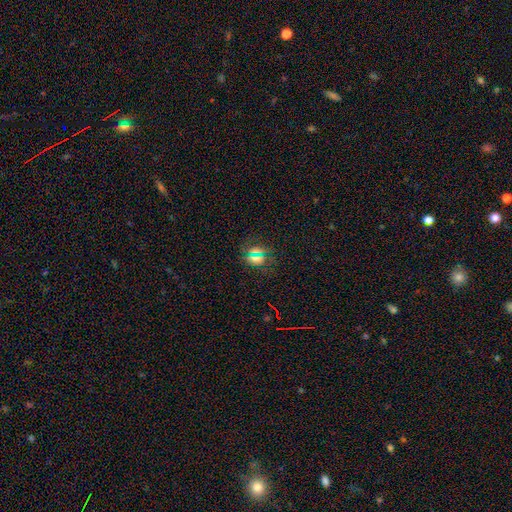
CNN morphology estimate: smooth_or_featured: smooth (p=0.53) [alt: star or artifact p=0.36]
how_rounded: round (p=0.47) [alt: in between p=0.46]
merging: none (p=0.77) [alt: minor disturbance p=0.13]